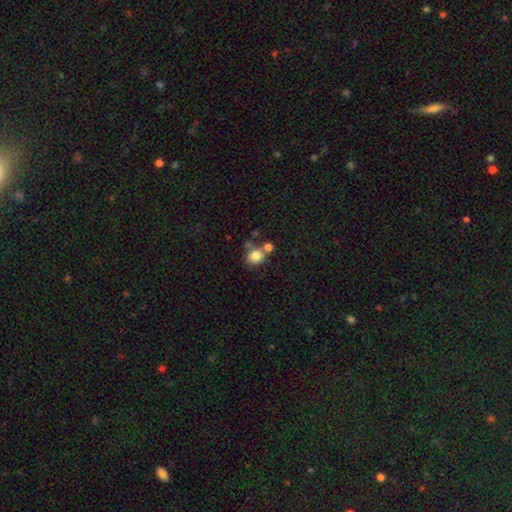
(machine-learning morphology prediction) smooth_or_featured: smooth (p=0.81) [alt: star or artifact p=0.10]
how_rounded: round (p=0.65) [alt: in between p=0.34]
merging: none (p=0.57) [alt: merger p=0.27]